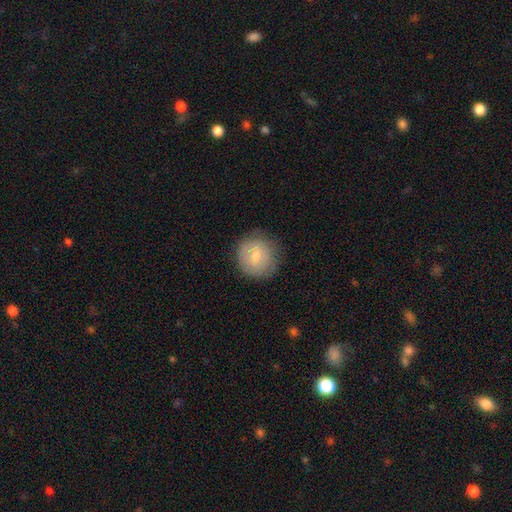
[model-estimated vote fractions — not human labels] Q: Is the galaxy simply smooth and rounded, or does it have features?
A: smooth — 68%.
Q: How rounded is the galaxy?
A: round — 91%.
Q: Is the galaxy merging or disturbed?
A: none — 79%.